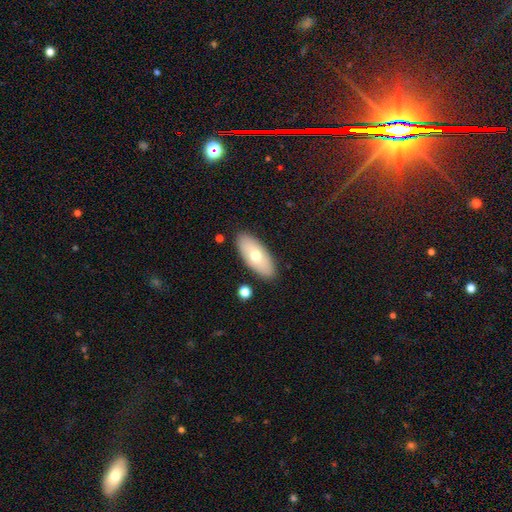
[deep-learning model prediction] Morphology: type=smooth (65%); roundness=in between (87%); merging=none (87%).